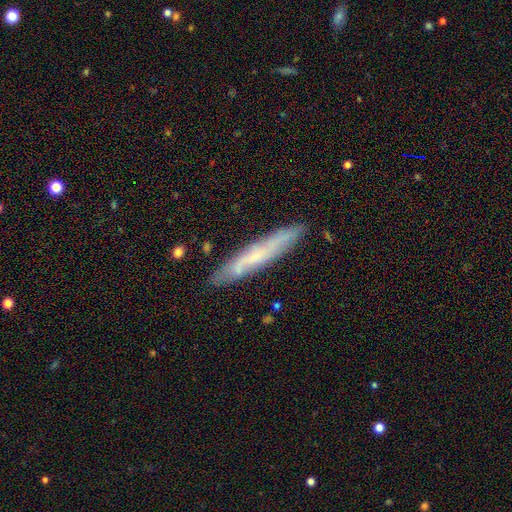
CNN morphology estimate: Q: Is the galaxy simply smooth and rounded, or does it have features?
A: featured or disk — 52%.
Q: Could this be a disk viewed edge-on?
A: yes — 71%.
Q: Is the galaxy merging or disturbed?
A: none — 83%.